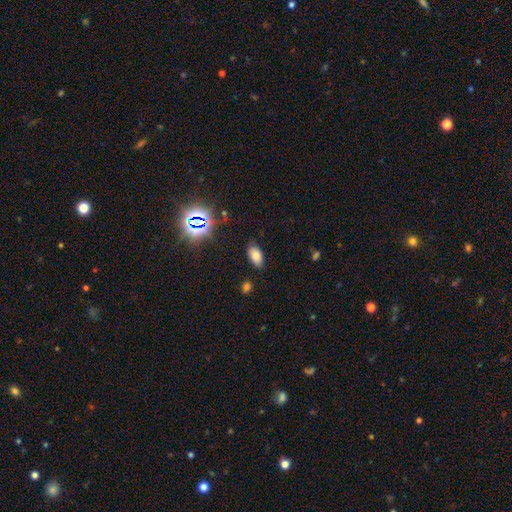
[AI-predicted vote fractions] A smooth galaxy with no disk features (76%) that is in between round and cigar-shaped (93%). Merging: none (83%).